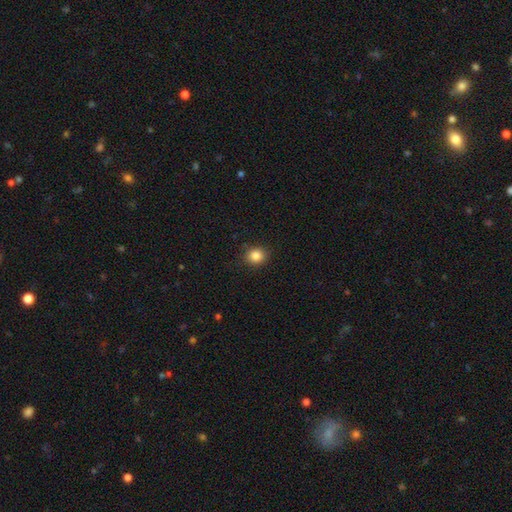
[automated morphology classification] Q: Smooth or featured?
A: smooth (85%); runner-up: star or artifact (10%)
Q: How rounded?
A: round (77%); runner-up: in between (22%)
Q: Merging?
A: none (89%); runner-up: minor disturbance (8%)